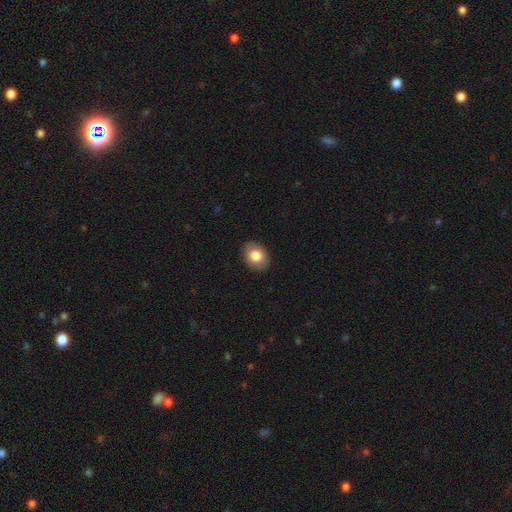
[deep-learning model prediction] Smooth or featured? Predicted: smooth (p=0.80). How rounded? Predicted: in between (p=0.66). Merging? Predicted: none (p=0.88).